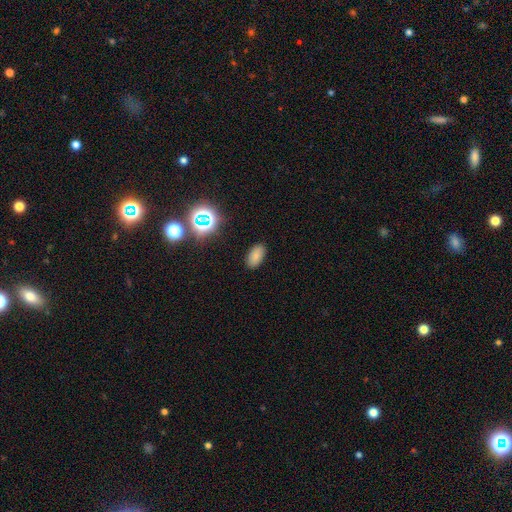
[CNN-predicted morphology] Smooth or featured?
  - smooth: 76% *
  - star or artifact: 16%
  - featured or disk: 7%
How rounded?
  - in between: 93% *
  - round: 5%
  - cigar-shaped: 2%
Merging?
  - none: 88% *
  - minor disturbance: 9%
  - major disturbance: 2%
  - merger: 1%